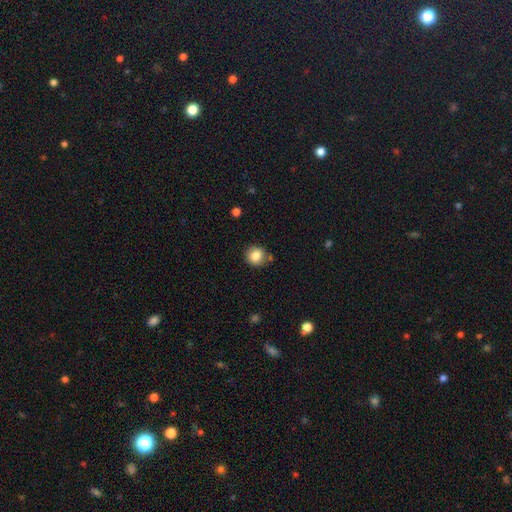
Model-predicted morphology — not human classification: Smooth or featured: smooth — 84% (star or artifact — 10%)
How rounded: round — 89% (in between — 10%)
Merging: none — 82% (minor disturbance — 10%)